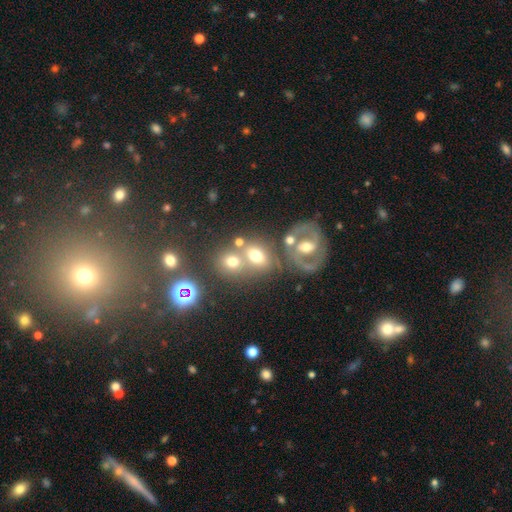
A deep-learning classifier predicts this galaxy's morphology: Smooth or featured: smooth — 52% (featured or disk — 34%)
How rounded: in between — 55% (round — 44%)
Merging: merger — 42% (none — 40%)